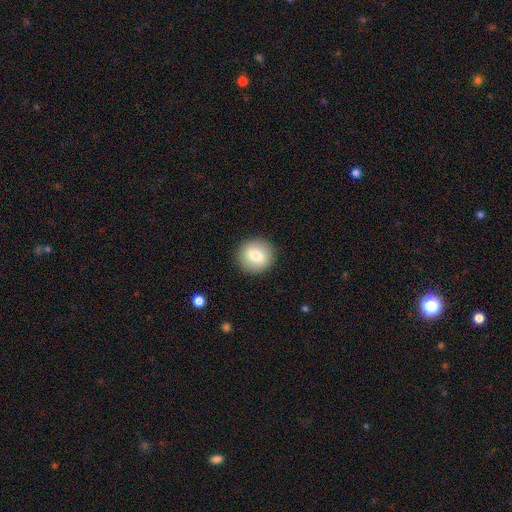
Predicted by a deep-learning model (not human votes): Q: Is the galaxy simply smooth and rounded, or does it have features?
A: smooth — 74%.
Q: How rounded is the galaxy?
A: round — 91%.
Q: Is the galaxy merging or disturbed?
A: none — 91%.